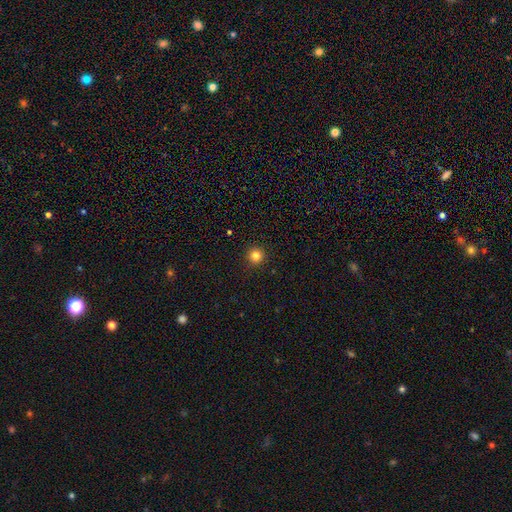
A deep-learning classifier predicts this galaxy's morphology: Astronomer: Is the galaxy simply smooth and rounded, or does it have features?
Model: smooth — 83%.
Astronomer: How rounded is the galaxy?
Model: round — 96%.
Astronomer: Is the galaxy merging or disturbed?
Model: none — 93%.